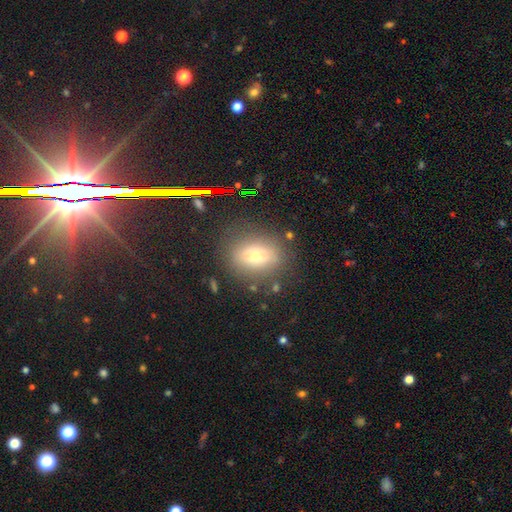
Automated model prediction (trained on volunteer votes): A smooth galaxy with no disk features (64%) that is in between round and cigar-shaped (51%). Merging: none (77%).